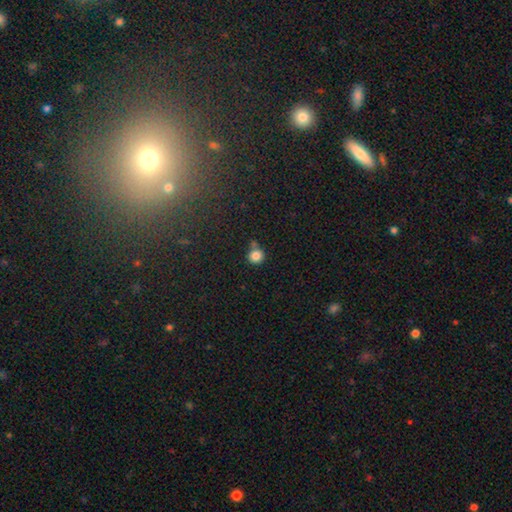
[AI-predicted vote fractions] This is clearly a smooth galaxy (83%). How rounded: clearly round (91%). Merging: likely none (67%).